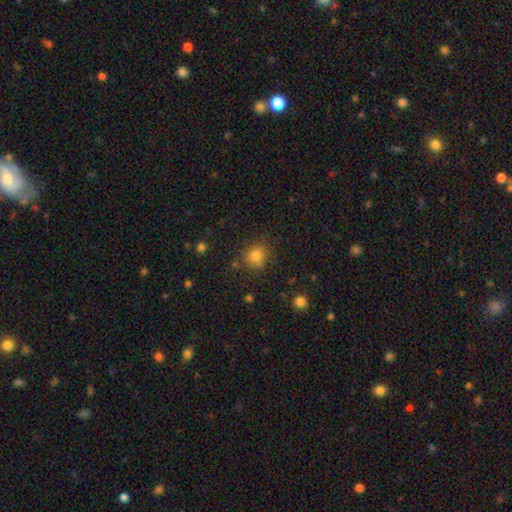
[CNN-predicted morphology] smooth_or_featured: smooth (p=0.81) [alt: star or artifact p=0.14]
how_rounded: round (p=0.85) [alt: in between p=0.14]
merging: none (p=0.78) [alt: minor disturbance p=0.14]